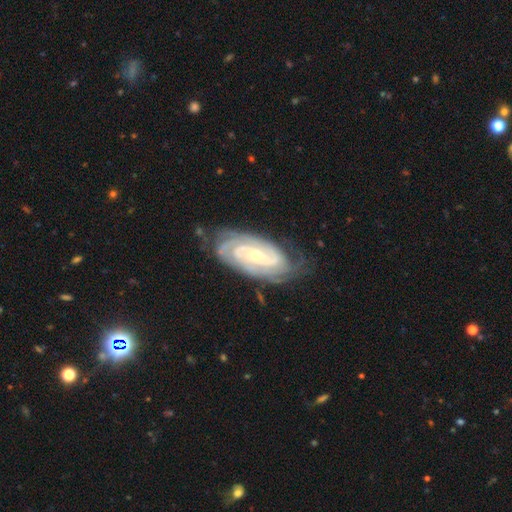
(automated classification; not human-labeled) Smooth or featured?
  - featured or disk: 90% *
  - smooth: 5%
  - star or artifact: 5%
Edge-on disk?
  - no: 95% *
  - yes: 5%
Bar?
  - no: 54% *
  - weak: 32%
  - strong: 14%
Spiral arms?
  - yes: 98% *
  - no: 2%
Spiral winding?
  - tight: 76% *
  - medium: 21%
  - loose: 3%
Spiral arm count?
  - 2: 29% *
  - 3: 24%
  - can't tell: 19%
  - 4: 17%
  - more than 4: 6%
  - 1: 5%
Bulge size?
  - small: 68% *
  - moderate: 28%
  - none: 1%
  - large: 1%
  - dominant: 1%
Merging?
  - none: 76% *
  - minor disturbance: 18%
  - major disturbance: 5%
  - merger: 1%